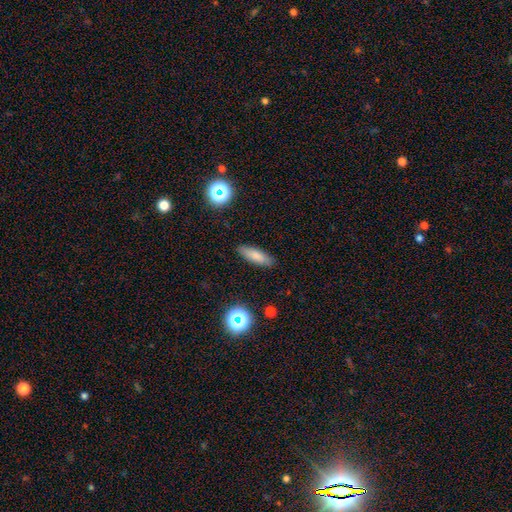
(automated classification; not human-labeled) This is likely a smooth galaxy (79%). How rounded: possibly in between (51%). Merging: clearly none (88%).